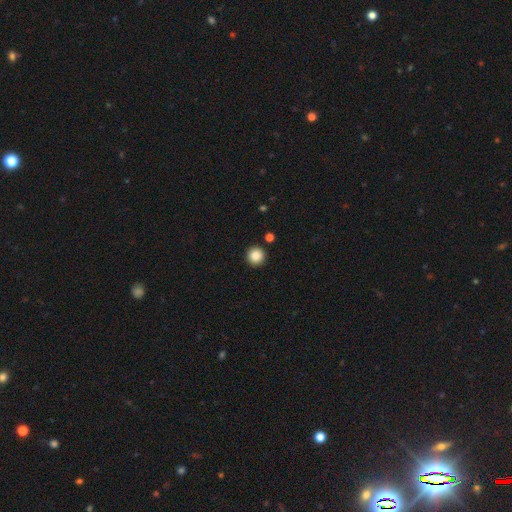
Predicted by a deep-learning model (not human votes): smooth-or-featured: smooth: 87% | star or artifact: 9% | featured or disk: 3%
  how-rounded: round: 96% | in between: 3% | cigar-shaped: 1%
  merging: none: 92% | minor disturbance: 5% | merger: 2% | major disturbance: 2%